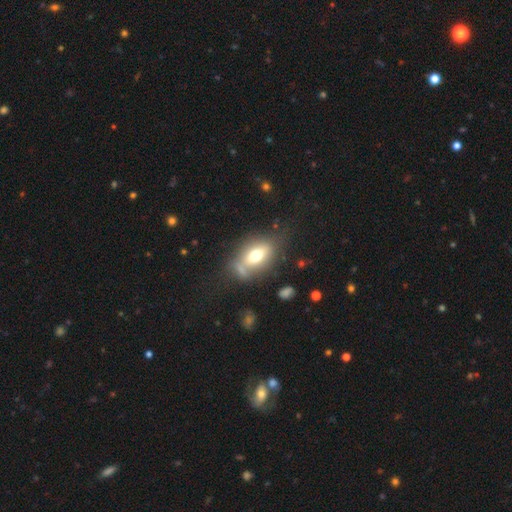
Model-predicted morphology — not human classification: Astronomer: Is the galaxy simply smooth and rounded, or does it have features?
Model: smooth — 61%.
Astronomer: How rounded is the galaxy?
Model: in between — 80%.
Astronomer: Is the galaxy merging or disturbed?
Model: none — 54%.